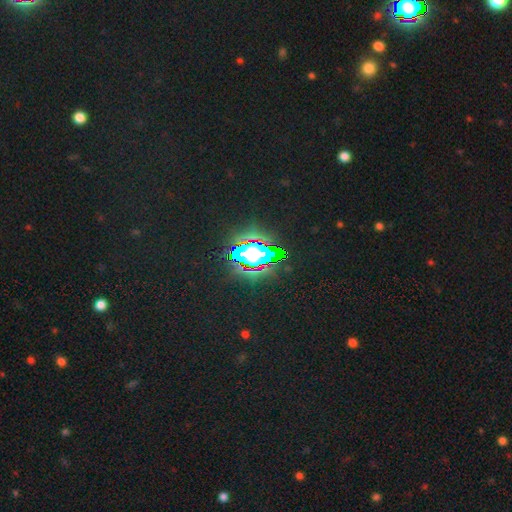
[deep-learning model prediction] Smooth or featured: star or artifact — 65% (smooth — 24%)